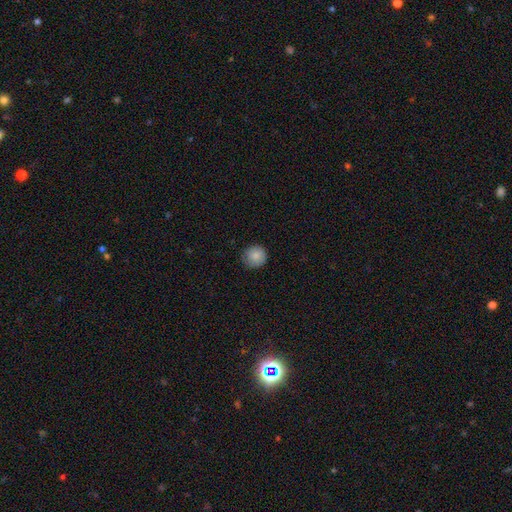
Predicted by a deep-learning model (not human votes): smooth-or-featured: smooth: 83% | featured or disk: 9% | star or artifact: 8%
  how-rounded: round: 90% | in between: 9% | cigar-shaped: 1%
  merging: none: 76% | minor disturbance: 19% | major disturbance: 3% | merger: 1%